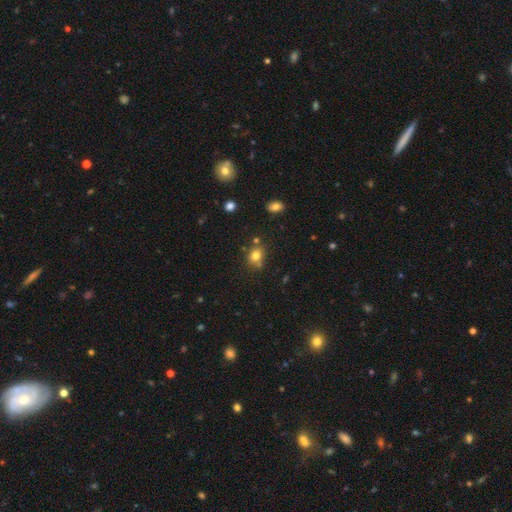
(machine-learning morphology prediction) smooth-or-featured: smooth: 77% | star or artifact: 13% | featured or disk: 10%
  how-rounded: round: 60% | in between: 39% | cigar-shaped: 1%
  merging: none: 63% | minor disturbance: 19% | merger: 13% | major disturbance: 5%